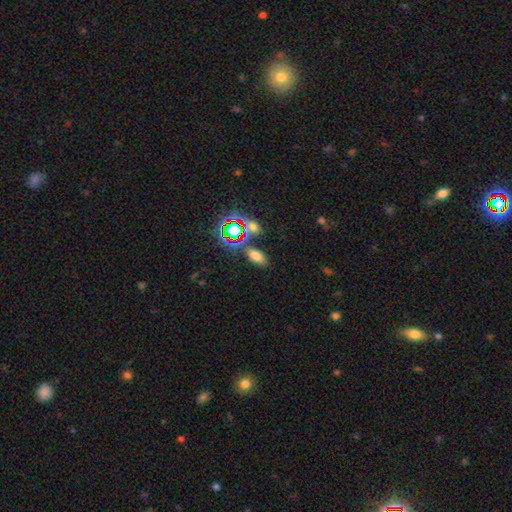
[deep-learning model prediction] smooth-or-featured: smooth: 66% | star or artifact: 24% | featured or disk: 10%
  how-rounded: in between: 87% | round: 7% | cigar-shaped: 6%
  merging: none: 77% | minor disturbance: 10% | merger: 9% | major disturbance: 4%